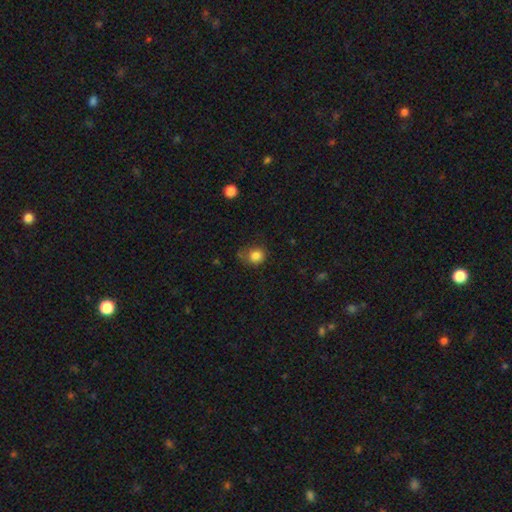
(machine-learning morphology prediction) A smooth galaxy with no disk features (83%) that is round (75%).

Vote fractions:
- Smooth or featured? smooth: 83% / star or artifact: 10% / featured or disk: 7%
- How rounded? round: 75% / in between: 24% / cigar-shaped: 1%
- Merging? none: 54% / minor disturbance: 30% / major disturbance: 13% / merger: 3%